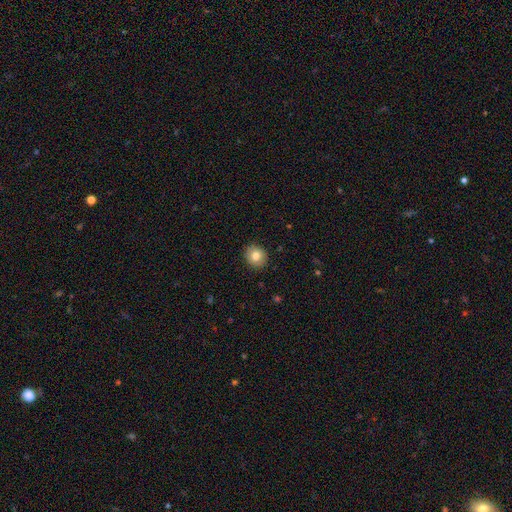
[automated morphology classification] Smooth or featured? smooth (82%)
How rounded? round (77%)
Merging? none (90%)